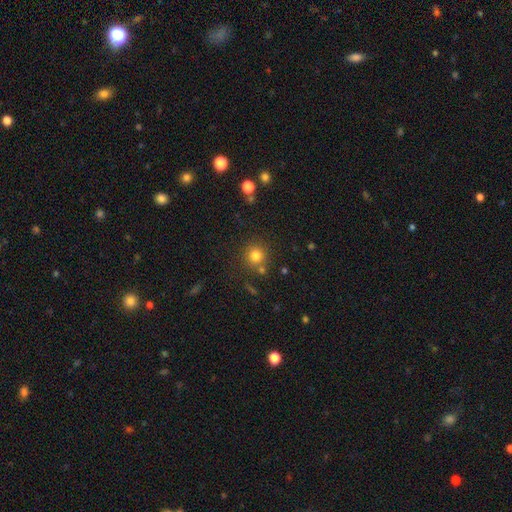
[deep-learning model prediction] smooth-or-featured: smooth: 79% | star or artifact: 14% | featured or disk: 7%
  how-rounded: round: 92% | in between: 7% | cigar-shaped: 1%
  merging: none: 79% | merger: 9% | minor disturbance: 9% | major disturbance: 3%